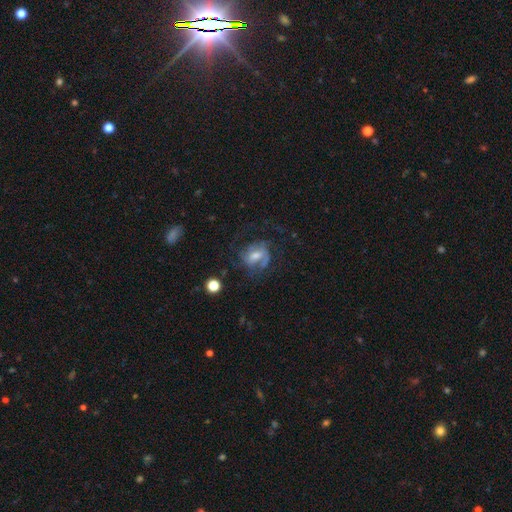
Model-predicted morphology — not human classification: smooth-or-featured: featured or disk: 69% | smooth: 22% | star or artifact: 9%
  disk-edge-on: no: 96% | yes: 4%
    bar: weak: 48% | no: 33% | strong: 20%
    has-spiral-arms: yes: 83% | no: 17%
      spiral-winding: medium: 45% | loose: 28% | tight: 27%
      spiral-arm-count: 2: 31% | can't tell: 30% | 3: 19% | 1: 11% | 4: 5% | more than 4: 4%
    bulge-size: moderate: 53% | small: 33% | large: 8% | none: 5% | dominant: 1%
  merging: none: 47% | major disturbance: 31% | minor disturbance: 19% | merger: 3%